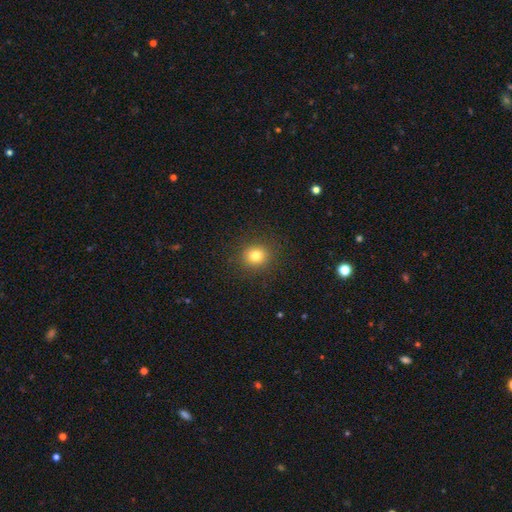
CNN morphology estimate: Q: Smooth or featured?
A: smooth (80%); runner-up: star or artifact (13%)
Q: How rounded?
A: round (83%); runner-up: in between (16%)
Q: Merging?
A: none (90%); runner-up: minor disturbance (6%)